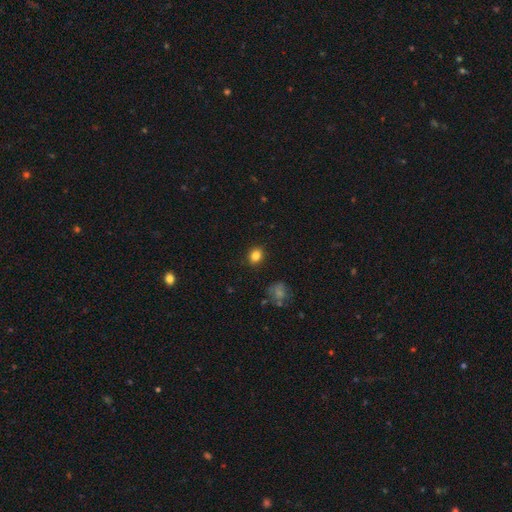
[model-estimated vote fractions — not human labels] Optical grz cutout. It shows a smooth galaxy with no disk features (83%) that is round (65%). Merging: none (89%).